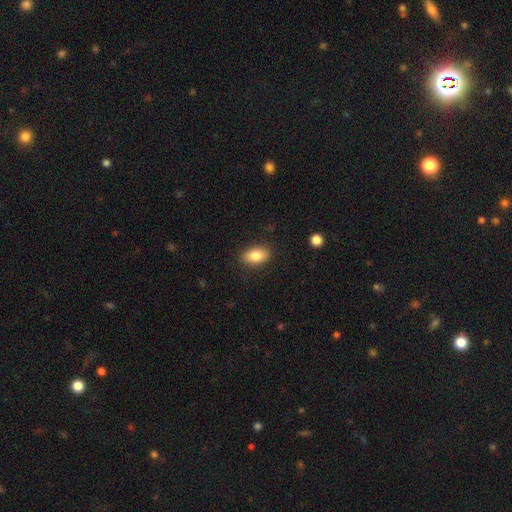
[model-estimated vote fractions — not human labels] smooth-or-featured: smooth: 83% | featured or disk: 9% | star or artifact: 8%
  how-rounded: in between: 89% | round: 8% | cigar-shaped: 3%
  merging: none: 87% | minor disturbance: 9% | major disturbance: 2% | merger: 1%